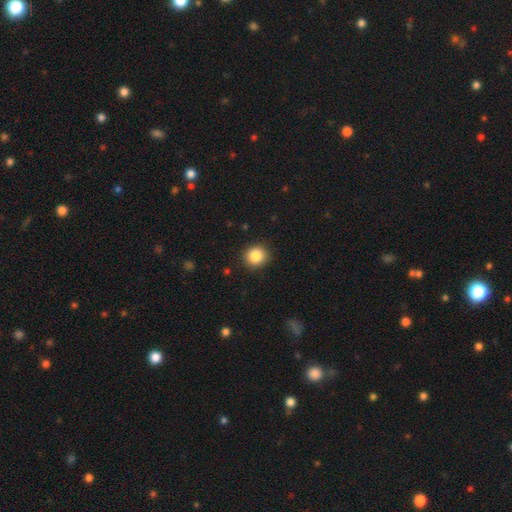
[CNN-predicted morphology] smooth-or-featured: smooth: 86% | star or artifact: 10% | featured or disk: 5%
  how-rounded: round: 87% | in between: 12% | cigar-shaped: 1%
  merging: none: 90% | minor disturbance: 7% | major disturbance: 2% | merger: 1%